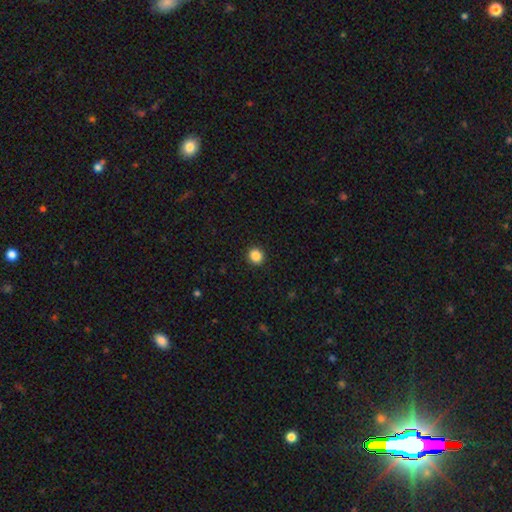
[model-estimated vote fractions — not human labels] A smooth galaxy with no disk features (87%) that is round (87%).

Vote fractions:
- Smooth or featured? smooth: 87% / star or artifact: 10% / featured or disk: 3%
- How rounded? round: 87% / in between: 12% / cigar-shaped: 1%
- Merging? none: 93% / minor disturbance: 4% / major disturbance: 2% / merger: 1%